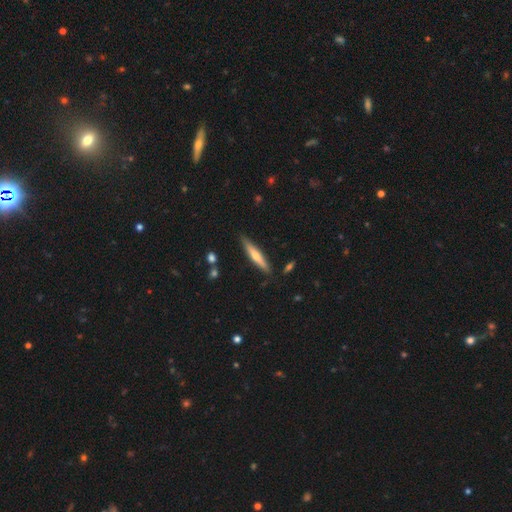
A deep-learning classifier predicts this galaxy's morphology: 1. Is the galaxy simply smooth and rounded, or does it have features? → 48% featured or disk, 46% smooth, 6% star or artifact.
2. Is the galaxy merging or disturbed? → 87% none, 9% minor disturbance, 2% merger, 2% major disturbance.